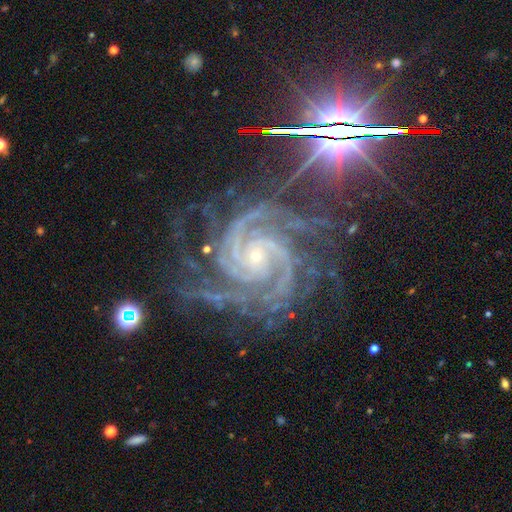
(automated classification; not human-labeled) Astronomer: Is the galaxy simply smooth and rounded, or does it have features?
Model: featured or disk — 91%.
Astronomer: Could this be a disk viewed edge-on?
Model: no — 98%.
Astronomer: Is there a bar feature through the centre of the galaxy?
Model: no — 66%.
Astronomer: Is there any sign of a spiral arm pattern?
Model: yes — 99%.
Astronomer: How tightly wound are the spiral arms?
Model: tight — 72%.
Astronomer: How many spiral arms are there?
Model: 3 — 25% (runner-up: 4, 24%).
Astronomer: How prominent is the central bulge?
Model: small — 83%.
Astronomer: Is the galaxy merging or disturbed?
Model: none — 64%.